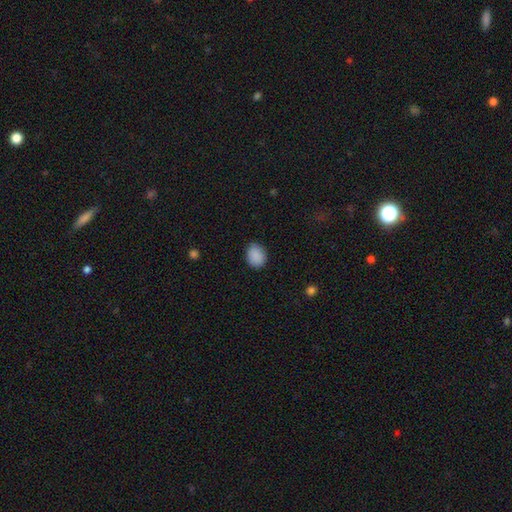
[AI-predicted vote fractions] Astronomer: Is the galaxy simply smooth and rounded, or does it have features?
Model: smooth — 89%.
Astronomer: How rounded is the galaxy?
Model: in between — 58% (runner-up: round, 41%).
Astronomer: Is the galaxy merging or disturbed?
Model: none — 83%.